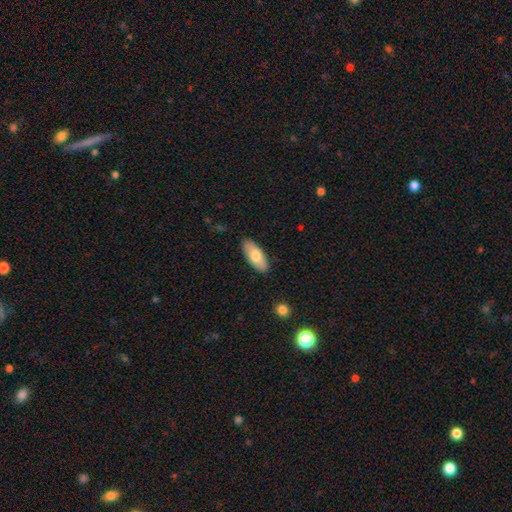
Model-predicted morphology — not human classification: Smooth or featured? Predicted: smooth (p=0.75). How rounded? Predicted: in between (p=0.85). Merging? Predicted: none (p=0.87).